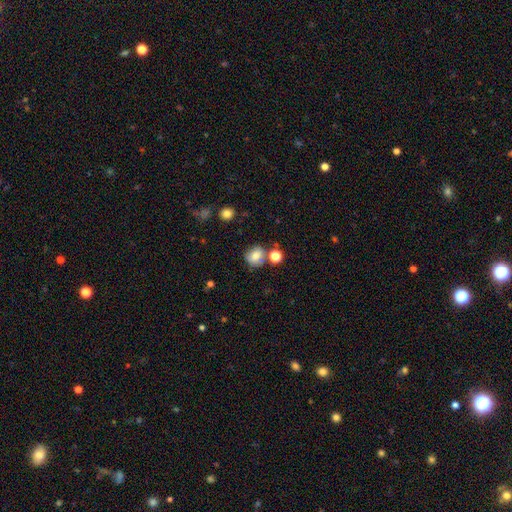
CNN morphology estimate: Smooth or featured? smooth (74%)
How rounded? round (83%)
Merging? none (65%)